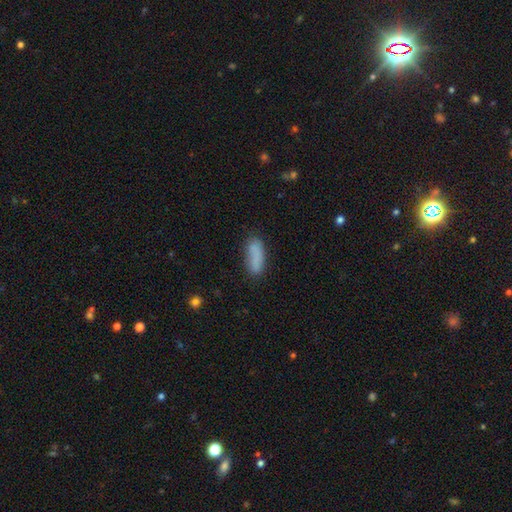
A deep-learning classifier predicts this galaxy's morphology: A smooth galaxy with no disk features (82%) that is in between round and cigar-shaped (63%).

Vote fractions:
- Smooth or featured? smooth: 82% / featured or disk: 9% / star or artifact: 8%
- How rounded? in between: 63% / cigar-shaped: 35% / round: 2%
- Merging? none: 70% / minor disturbance: 20% / major disturbance: 6% / merger: 4%